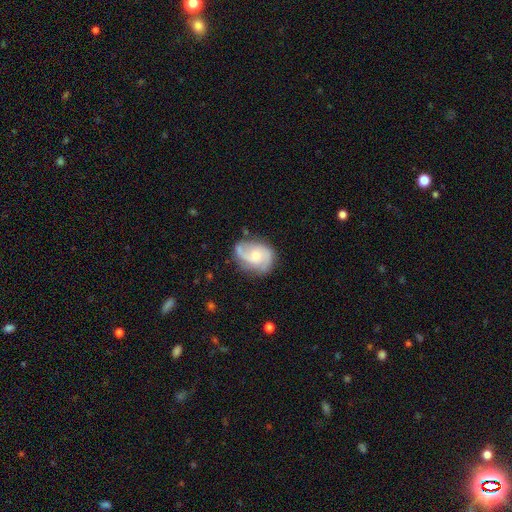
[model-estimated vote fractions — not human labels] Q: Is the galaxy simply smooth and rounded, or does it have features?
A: featured or disk — 75%.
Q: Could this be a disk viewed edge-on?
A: no — 97%.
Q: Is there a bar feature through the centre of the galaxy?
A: no — 63%.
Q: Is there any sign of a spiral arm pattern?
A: yes — 93%.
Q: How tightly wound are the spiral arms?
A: medium — 48%.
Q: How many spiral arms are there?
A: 2 — 77%.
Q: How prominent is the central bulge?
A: moderate — 48%.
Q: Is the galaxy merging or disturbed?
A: none — 63%.